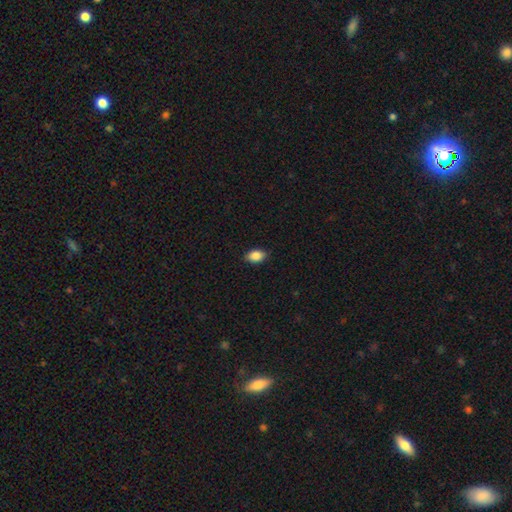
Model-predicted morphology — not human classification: Overall: smooth (88%). How rounded: in between (87%). Merging: none (86%).